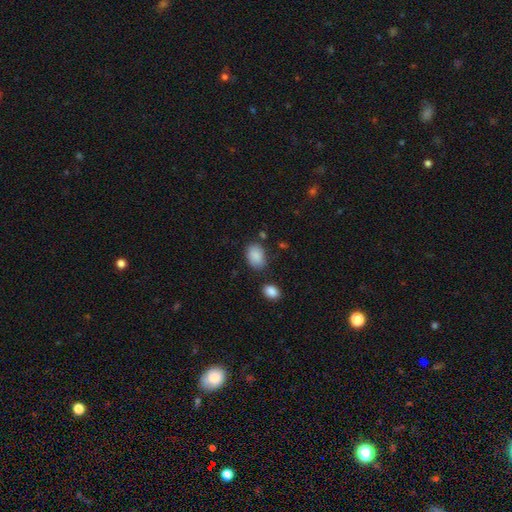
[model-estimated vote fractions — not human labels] A smooth galaxy with no disk features (88%) that is in between round and cigar-shaped (80%).

Vote fractions:
- Smooth or featured? smooth: 88% / star or artifact: 7% / featured or disk: 5%
- How rounded? in between: 80% / round: 18% / cigar-shaped: 1%
- Merging? none: 72% / minor disturbance: 18% / merger: 5% / major disturbance: 5%